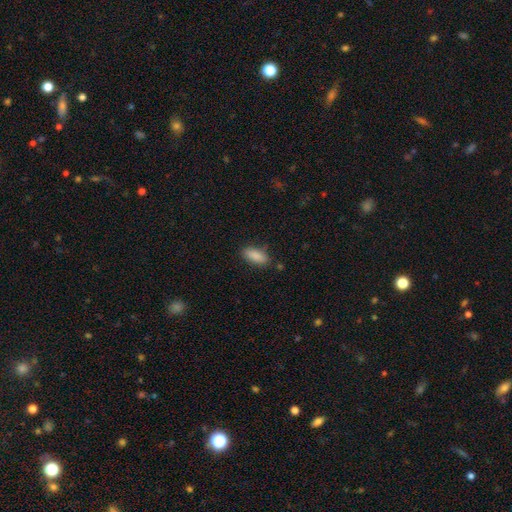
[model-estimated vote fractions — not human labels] Smooth or featured? smooth (88%)
How rounded? in between (80%)
Merging? none (83%)